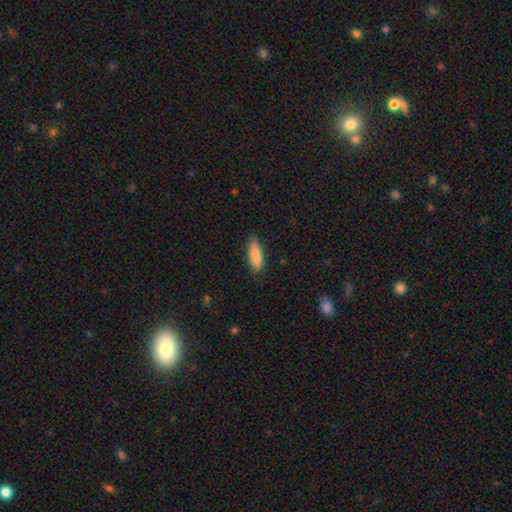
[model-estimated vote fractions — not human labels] A smooth galaxy with no disk features (87%) that is in between round and cigar-shaped (54%).

Vote fractions:
- Smooth or featured? smooth: 87% / featured or disk: 7% / star or artifact: 6%
- How rounded? in between: 54% / cigar-shaped: 45% / round: 2%
- Merging? none: 83% / minor disturbance: 13% / major disturbance: 2% / merger: 1%